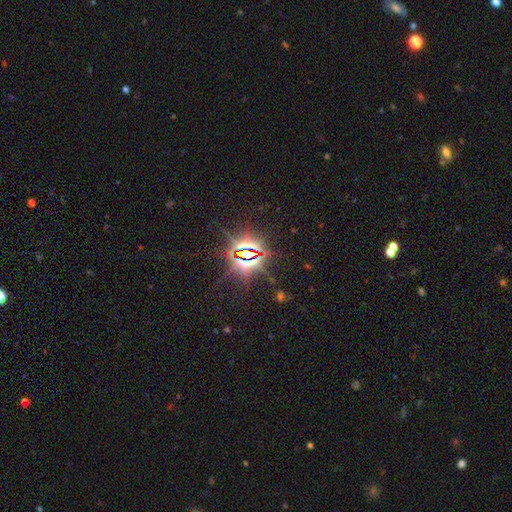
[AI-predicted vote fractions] This is clearly a star or artifact rather than a galaxy (85%).